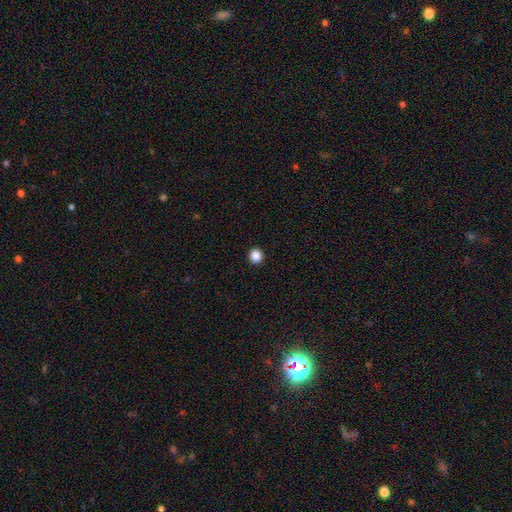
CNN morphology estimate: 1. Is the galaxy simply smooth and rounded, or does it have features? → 87% smooth, 10% star or artifact, 2% featured or disk.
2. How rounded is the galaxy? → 94% round, 5% in between, 1% cigar-shaped.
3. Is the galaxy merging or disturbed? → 94% none, 4% minor disturbance, 1% major disturbance, 1% merger.